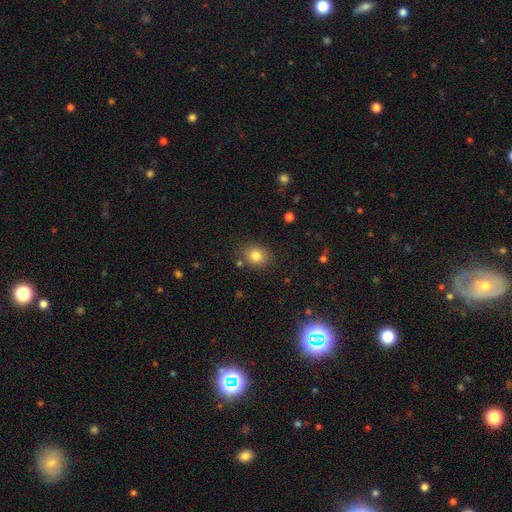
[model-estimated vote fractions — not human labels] smooth-or-featured: smooth: 81% | star or artifact: 12% | featured or disk: 7%
  how-rounded: round: 61% | in between: 38% | cigar-shaped: 1%
  merging: none: 82% | minor disturbance: 11% | merger: 4% | major disturbance: 3%